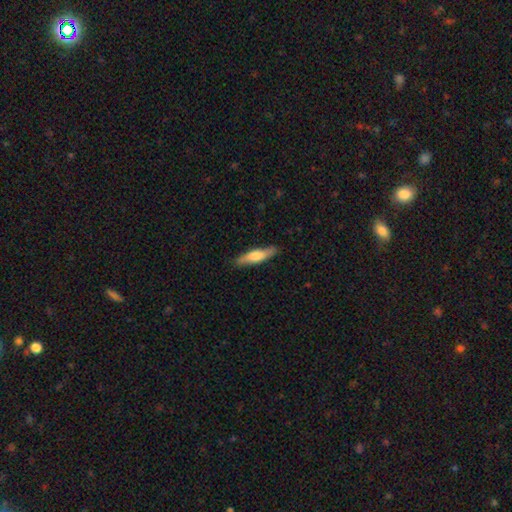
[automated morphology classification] smooth-or-featured: smooth: 62% | featured or disk: 33% | star or artifact: 5%
  how-rounded: cigar-shaped: 75% | in between: 23% | round: 2%
  merging: none: 85% | minor disturbance: 11% | major disturbance: 2% | merger: 1%